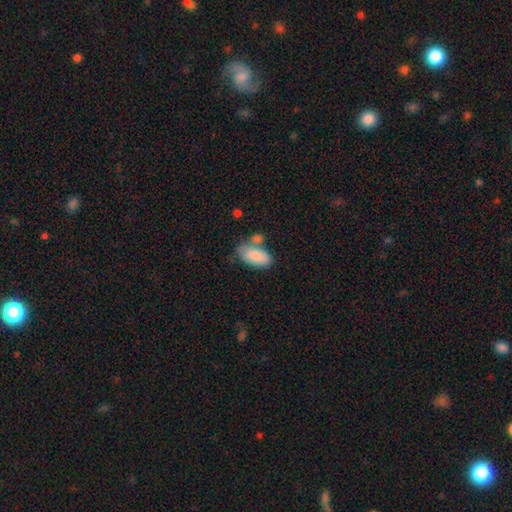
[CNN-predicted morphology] This is clearly a smooth galaxy (85%). How rounded: clearly in between (93%). Merging: possibly none (50%).